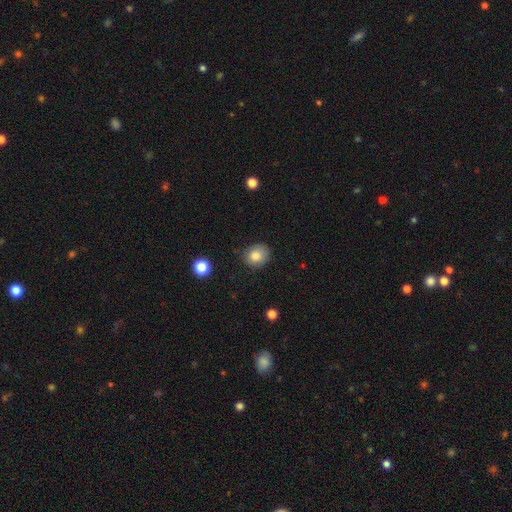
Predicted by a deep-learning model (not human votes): The model was most divided on "how rounded": round: 65%, in between: 34%, cigar-shaped: 1%. More confident: smooth or featured — smooth (83%); merging — none (79%).